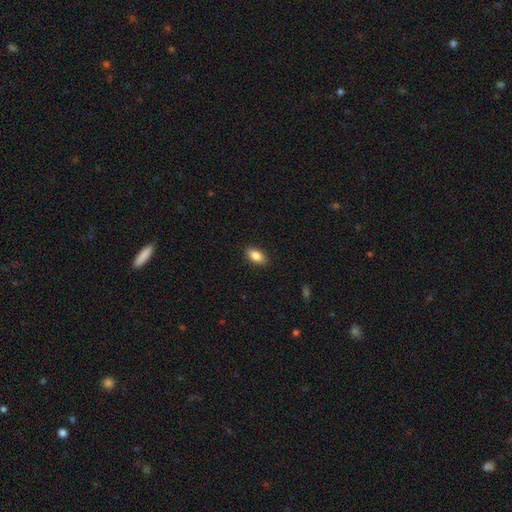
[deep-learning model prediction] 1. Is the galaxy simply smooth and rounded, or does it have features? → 86% smooth, 7% star or artifact, 7% featured or disk.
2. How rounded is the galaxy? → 91% in between, 5% round, 4% cigar-shaped.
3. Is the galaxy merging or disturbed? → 89% none, 8% minor disturbance, 2% major disturbance, 1% merger.